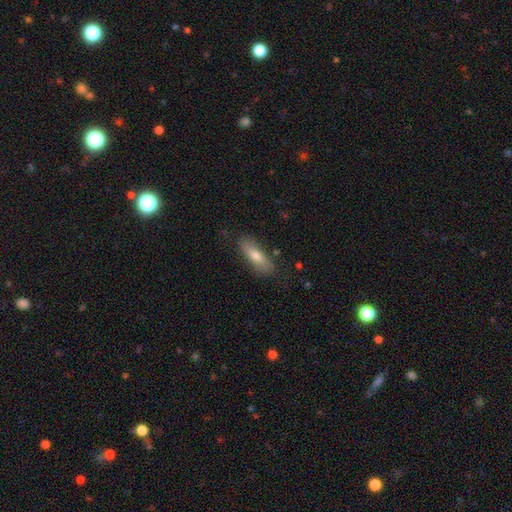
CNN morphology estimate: type=smooth (68%); roundness=in between (52%); merging=none (80%).